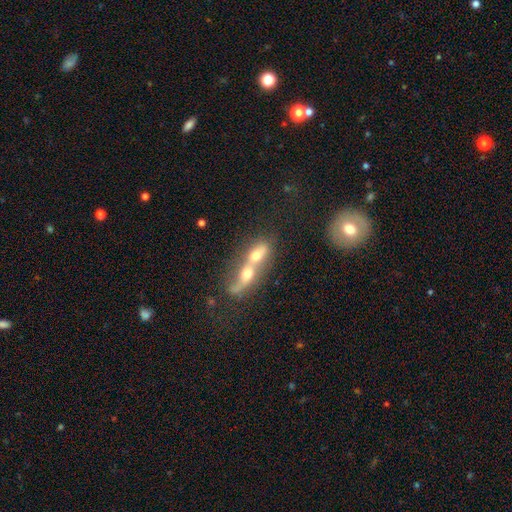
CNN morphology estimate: Smooth or featured? Predicted: smooth (p=0.57). How rounded? Predicted: in between (p=0.60). Merging? Predicted: merger (p=0.81).